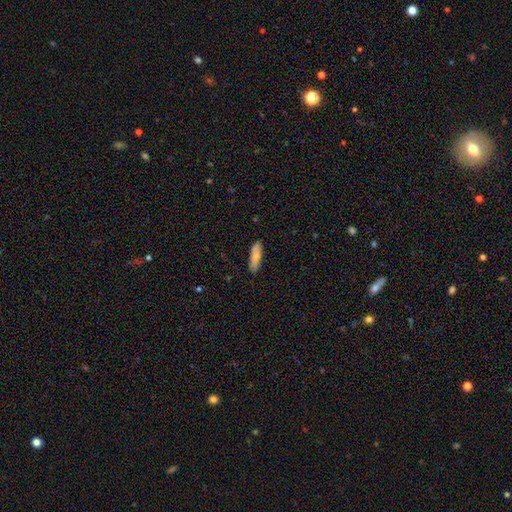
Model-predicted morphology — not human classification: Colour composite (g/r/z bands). It shows a smooth galaxy with no disk features (76%) that is cigar-shaped (57%). Merging: none (86%).